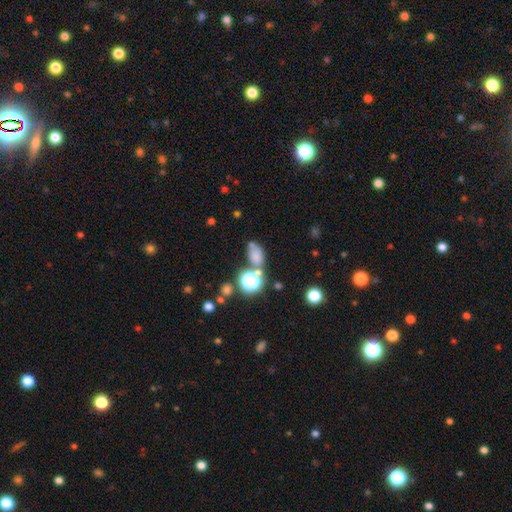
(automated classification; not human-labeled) The model was most divided on "merging": none: 55%, merger: 22%, minor disturbance: 16%, major disturbance: 7%. More confident: how rounded — in between (71%); smooth or featured — smooth (69%).